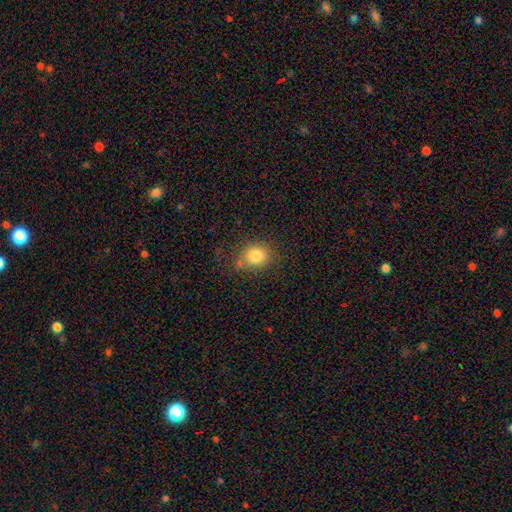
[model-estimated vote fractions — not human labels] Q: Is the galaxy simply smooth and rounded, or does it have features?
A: smooth — 81%.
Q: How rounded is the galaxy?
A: round — 68%.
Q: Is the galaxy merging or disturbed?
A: none — 72%.